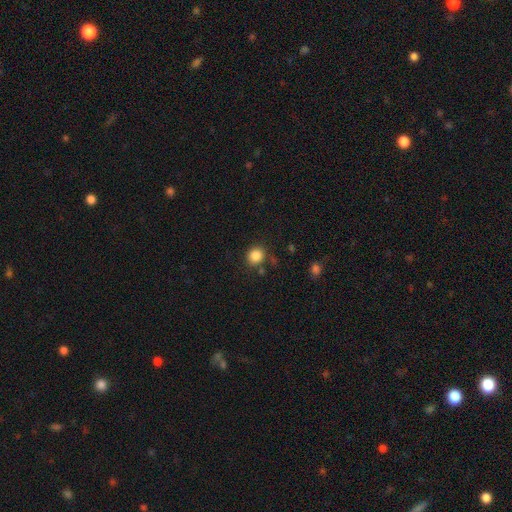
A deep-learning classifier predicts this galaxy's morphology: Smooth or featured? smooth (86%)
How rounded? round (85%)
Merging? none (81%)